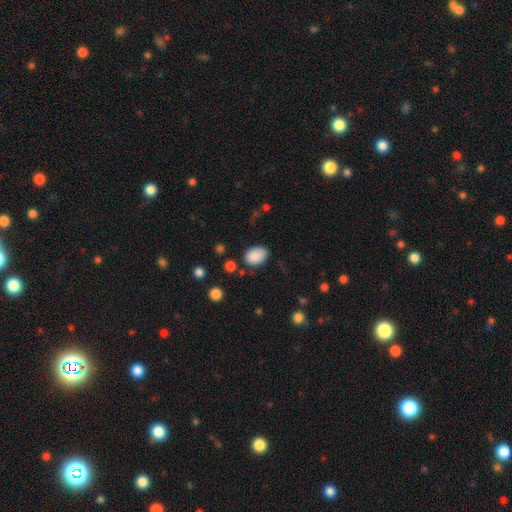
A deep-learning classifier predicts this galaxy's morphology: Smooth or featured?
  - smooth: 87% *
  - star or artifact: 8%
  - featured or disk: 5%
How rounded?
  - in between: 77% *
  - round: 22%
  - cigar-shaped: 1%
Merging?
  - none: 74% *
  - minor disturbance: 19%
  - major disturbance: 4%
  - merger: 3%